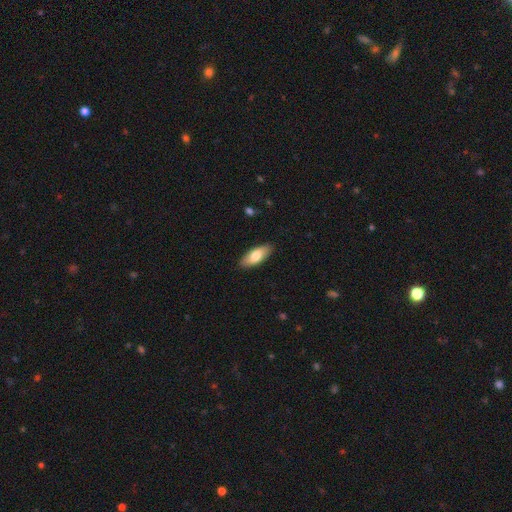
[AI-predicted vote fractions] Q: Smooth or featured?
A: smooth (77%); runner-up: featured or disk (18%)
Q: How rounded?
A: in between (81%); runner-up: cigar-shaped (17%)
Q: Merging?
A: none (88%); runner-up: minor disturbance (10%)